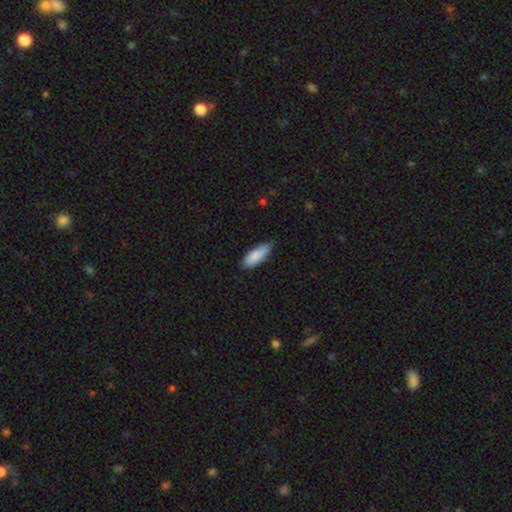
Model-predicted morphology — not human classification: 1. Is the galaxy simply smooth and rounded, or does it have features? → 87% smooth, 7% featured or disk, 6% star or artifact.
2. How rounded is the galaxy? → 63% in between, 36% cigar-shaped, 2% round.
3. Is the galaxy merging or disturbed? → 75% none, 21% minor disturbance, 2% major disturbance, 1% merger.